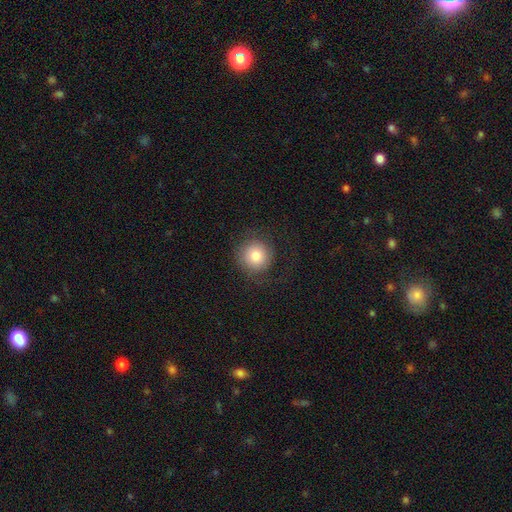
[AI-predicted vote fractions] smooth 75%, featured or disk 16%, star or artifact 9%. Down the decision tree: how rounded — round (94%); merging — none (77%).